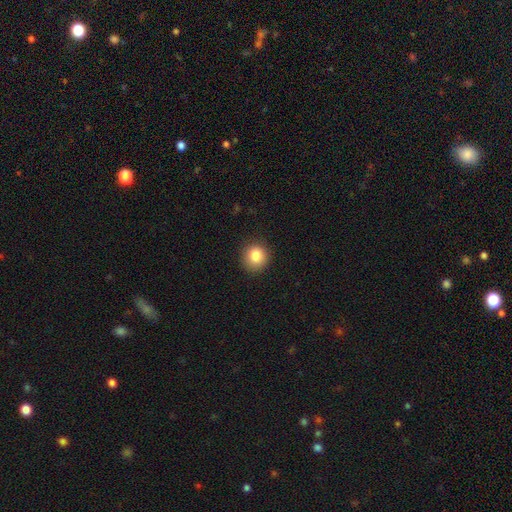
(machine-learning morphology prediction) A smooth galaxy with no disk features (85%) that is round (90%).

Vote fractions:
- Smooth or featured? smooth: 85% / star or artifact: 10% / featured or disk: 5%
- How rounded? round: 90% / in between: 9% / cigar-shaped: 1%
- Merging? none: 89% / minor disturbance: 8% / major disturbance: 2% / merger: 1%